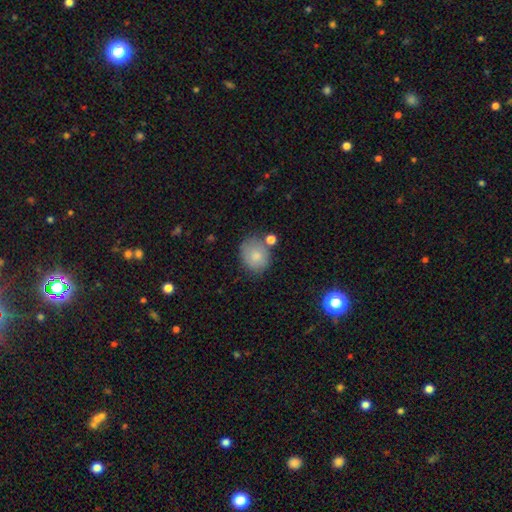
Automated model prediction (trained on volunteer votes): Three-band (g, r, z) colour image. It shows a smooth galaxy with no disk features (78%) that is round (63%). Merging: none (63%).